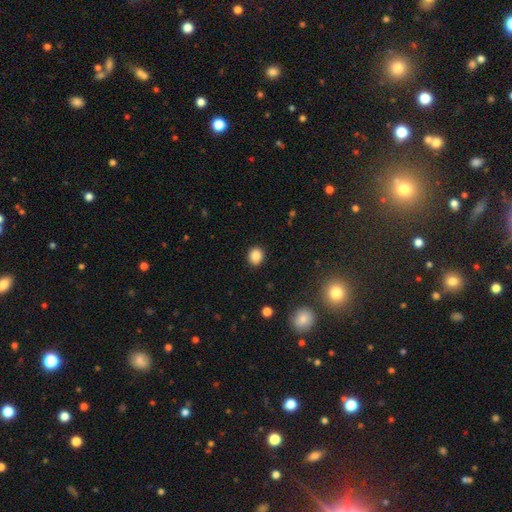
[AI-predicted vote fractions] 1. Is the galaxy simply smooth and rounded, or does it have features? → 86% smooth, 10% star or artifact, 4% featured or disk.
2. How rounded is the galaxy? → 77% round, 22% in between, 1% cigar-shaped.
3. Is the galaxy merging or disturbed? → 90% none, 7% minor disturbance, 2% major disturbance, 1% merger.